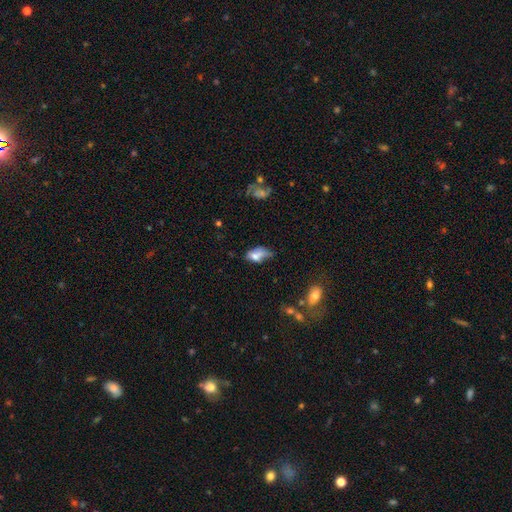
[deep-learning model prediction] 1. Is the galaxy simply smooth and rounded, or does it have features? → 65% smooth, 24% featured or disk, 11% star or artifact.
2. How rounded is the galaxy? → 86% in between, 8% round, 6% cigar-shaped.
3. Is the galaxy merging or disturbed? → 34% minor disturbance, 29% major disturbance, 26% none, 12% merger.